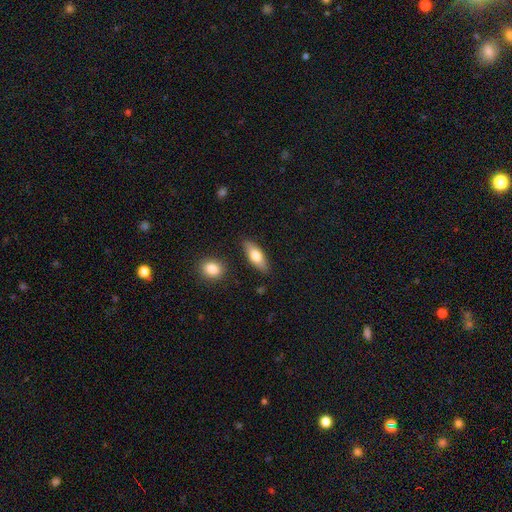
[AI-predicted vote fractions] This appears to be a smooth galaxy with no disk features (71%) that is in between round and cigar-shaped (71%). Merging: none (84%).